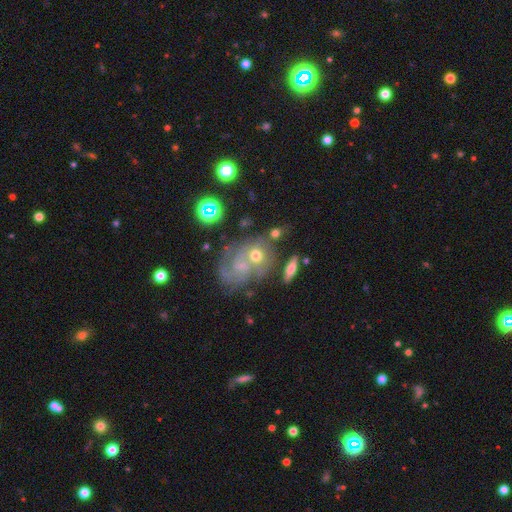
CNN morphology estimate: Smooth or featured: featured or disk — 61% (smooth — 26%)
Edge-on disk: no — 95% (yes — 5%)
Bar: no — 70% (weak — 25%)
Spiral arms: yes — 81% (no — 19%)
Bulge size: small — 47% (moderate — 38%)
Merging: none — 39% (merger — 34%)